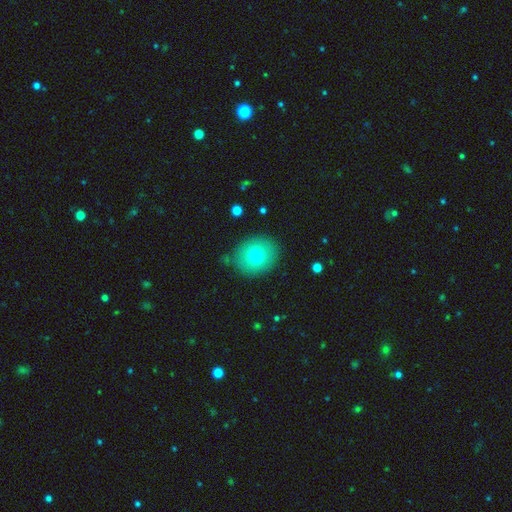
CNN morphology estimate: Smooth or featured? smooth (75%)
How rounded? round (73%)
Merging? none (81%)